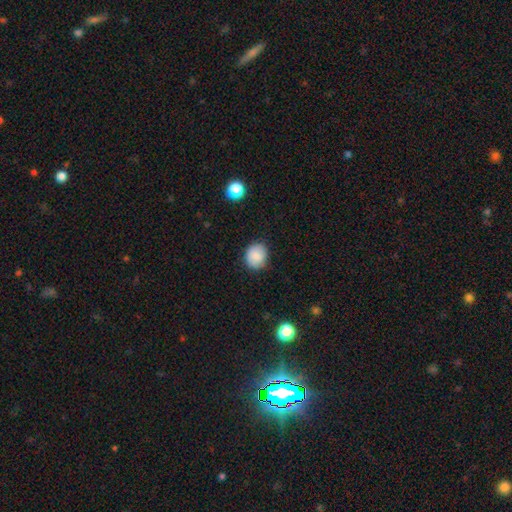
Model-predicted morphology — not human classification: A smooth galaxy with no disk features (85%) that is round (70%). Merging: none (83%).